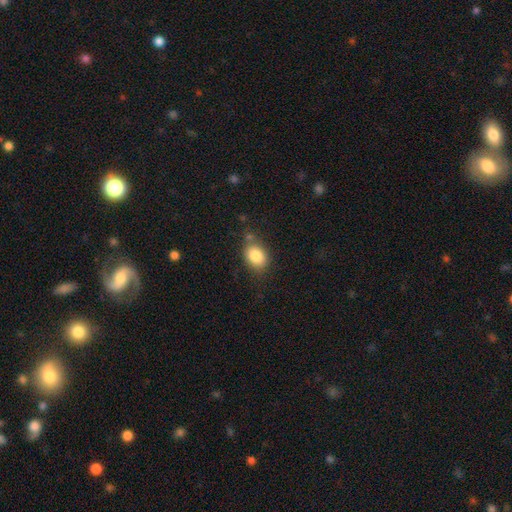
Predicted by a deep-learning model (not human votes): Overall: smooth (84%). How rounded: in between (70%). Merging: none (71%).